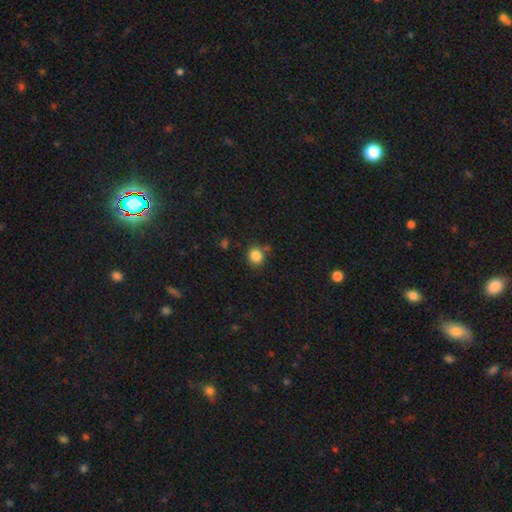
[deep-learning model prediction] Q: Smooth or featured?
A: smooth (84%); runner-up: star or artifact (11%)
Q: How rounded?
A: round (80%); runner-up: in between (19%)
Q: Merging?
A: none (77%); runner-up: minor disturbance (11%)